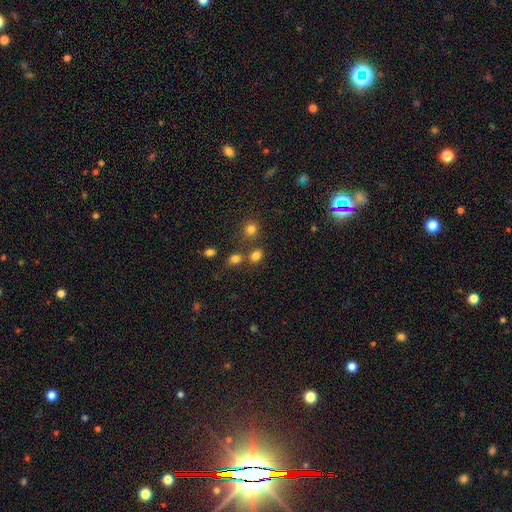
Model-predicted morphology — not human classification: Smooth or featured: smooth — 80% (star or artifact — 14%)
How rounded: in between — 62% (round — 37%)
Merging: none — 66% (merger — 19%)